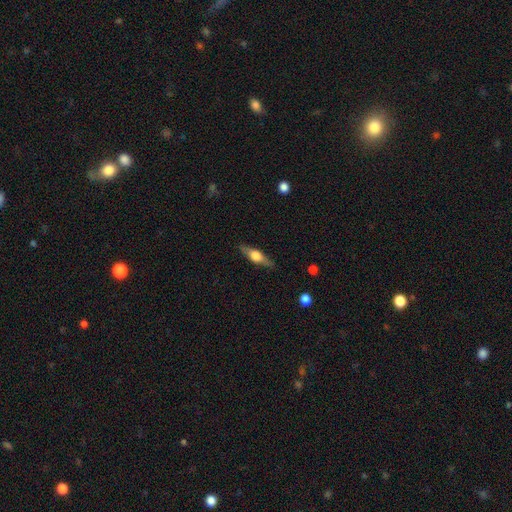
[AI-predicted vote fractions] smooth_or_featured: featured or disk (p=0.59) [alt: smooth p=0.36]
disk_edge_on: yes (p=0.95) [alt: no p=0.05]
edge_on_bulge: rounded (p=0.91) [alt: boxy p=0.07]
merging: none (p=0.86) [alt: minor disturbance p=0.10]